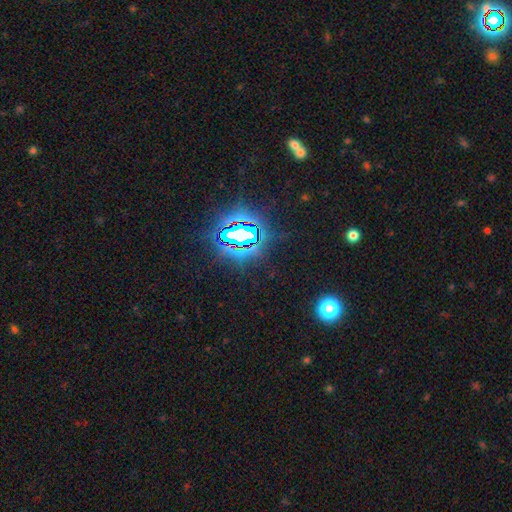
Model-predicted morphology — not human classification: Q: Smooth or featured?
A: star or artifact (83%); runner-up: smooth (10%)